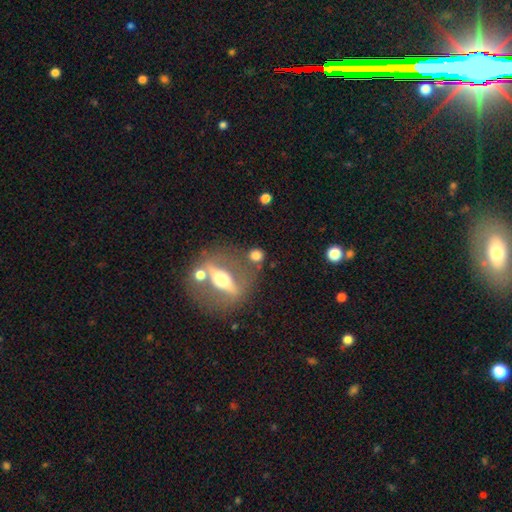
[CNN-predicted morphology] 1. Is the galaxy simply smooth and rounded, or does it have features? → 56% smooth, 32% featured or disk, 12% star or artifact.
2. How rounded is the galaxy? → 63% round, 29% in between, 9% cigar-shaped.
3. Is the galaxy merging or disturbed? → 67% none, 14% merger, 13% minor disturbance, 7% major disturbance.